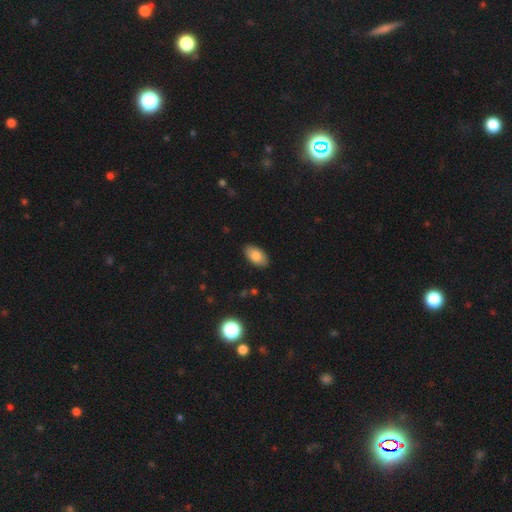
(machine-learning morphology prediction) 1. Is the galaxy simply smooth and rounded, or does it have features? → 83% smooth, 9% featured or disk, 7% star or artifact.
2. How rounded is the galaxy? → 94% in between, 4% round, 2% cigar-shaped.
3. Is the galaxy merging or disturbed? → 88% none, 10% minor disturbance, 2% major disturbance, 1% merger.